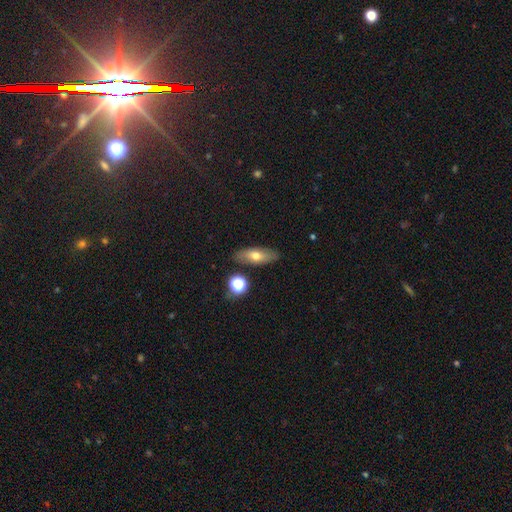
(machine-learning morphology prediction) Overall: smooth (62%; featured or disk 29%). How rounded: in between (66%; cigar-shaped 29%). Merging: none (84%).